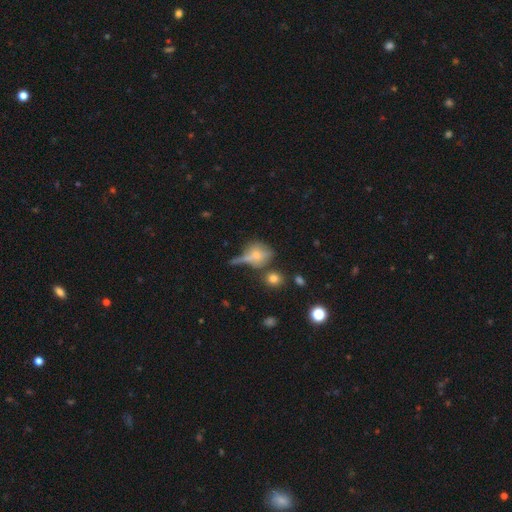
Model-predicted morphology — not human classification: smooth_or_featured: smooth (p=0.53) [alt: featured or disk p=0.32]
how_rounded: round (p=0.58) [alt: in between p=0.35]
merging: none (p=0.49) [alt: minor disturbance p=0.21]